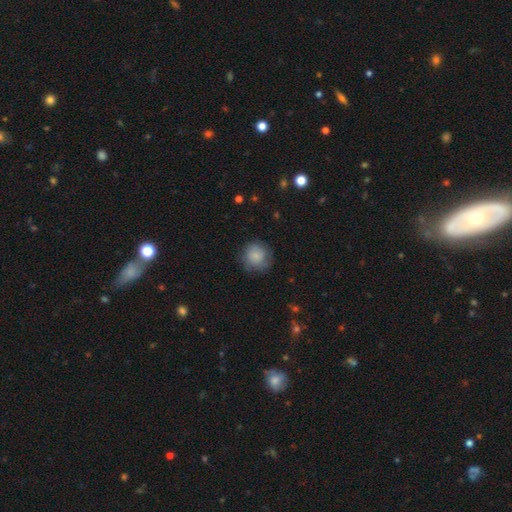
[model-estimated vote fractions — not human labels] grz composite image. It shows a smooth galaxy with no disk features (81%) that is round (90%). Merging: none (74%).